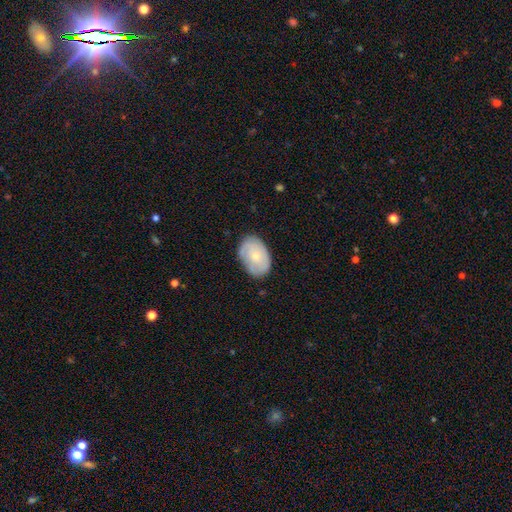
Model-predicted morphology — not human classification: smooth 59%, featured or disk 35%, star or artifact 6%. Down the decision tree: how rounded — in between (84%); merging — none (74%).